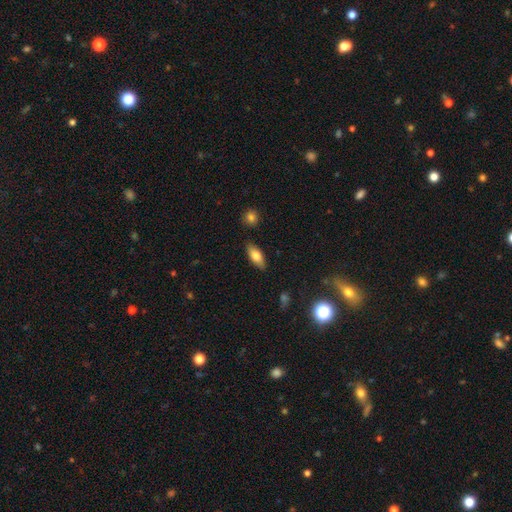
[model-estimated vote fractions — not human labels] smooth-or-featured: smooth: 78% | featured or disk: 15% | star or artifact: 7%
  how-rounded: in between: 82% | cigar-shaped: 15% | round: 3%
  merging: none: 86% | minor disturbance: 10% | major disturbance: 2% | merger: 2%